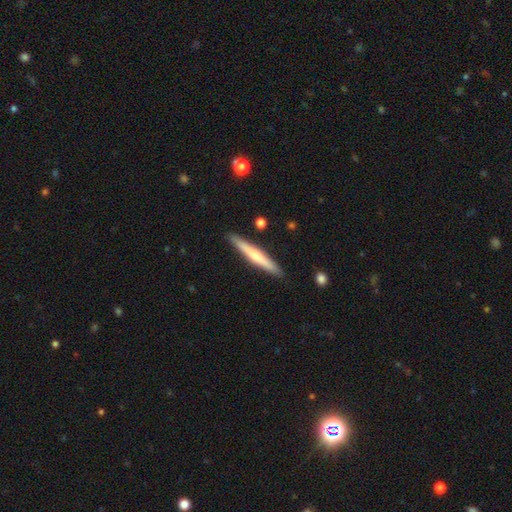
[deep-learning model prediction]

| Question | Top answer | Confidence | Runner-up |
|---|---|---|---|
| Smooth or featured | smooth | 50% | featured or disk (44%) |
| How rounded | cigar-shaped | 95% | in between (3%) |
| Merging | none | 90% | minor disturbance (7%) |